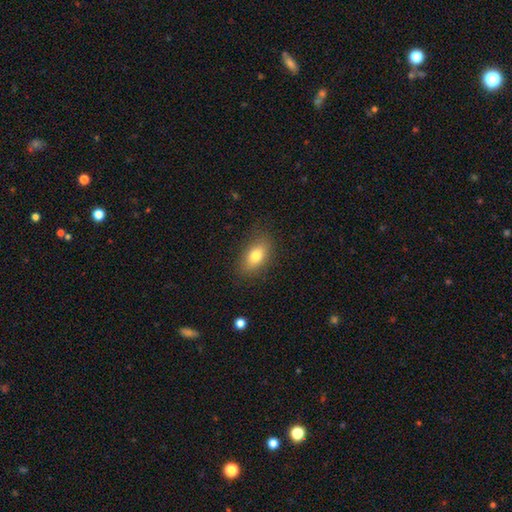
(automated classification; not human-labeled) smooth-or-featured: smooth: 80% | featured or disk: 12% | star or artifact: 8%
  how-rounded: in between: 87% | round: 9% | cigar-shaped: 5%
  merging: none: 83% | minor disturbance: 12% | major disturbance: 4% | merger: 1%